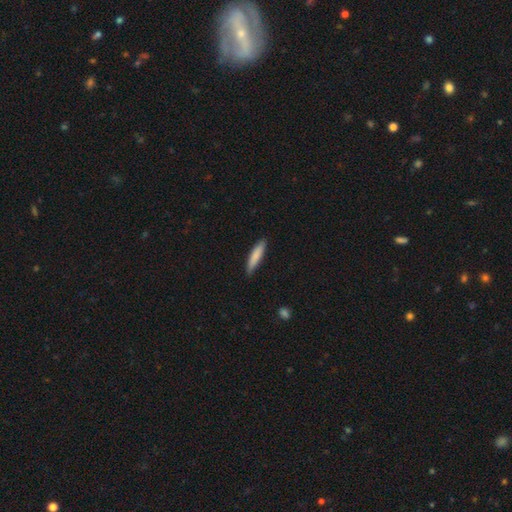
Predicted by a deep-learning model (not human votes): This appears to be a smooth galaxy with no disk features (83%) that is cigar-shaped (83%). Merging: none (83%).